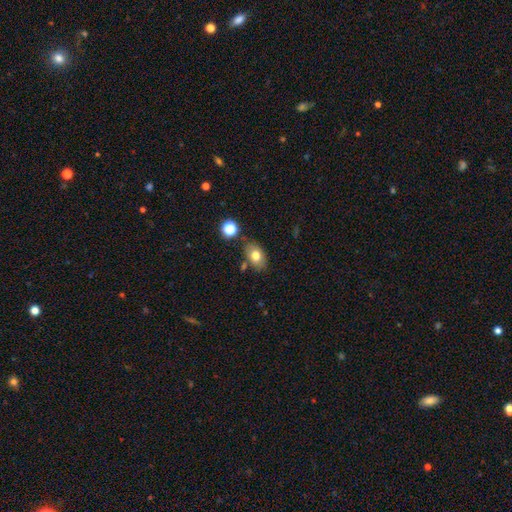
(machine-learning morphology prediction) Smooth or featured: smooth — 75% (featured or disk — 16%)
How rounded: in between — 83% (round — 15%)
Merging: none — 74% (minor disturbance — 15%)